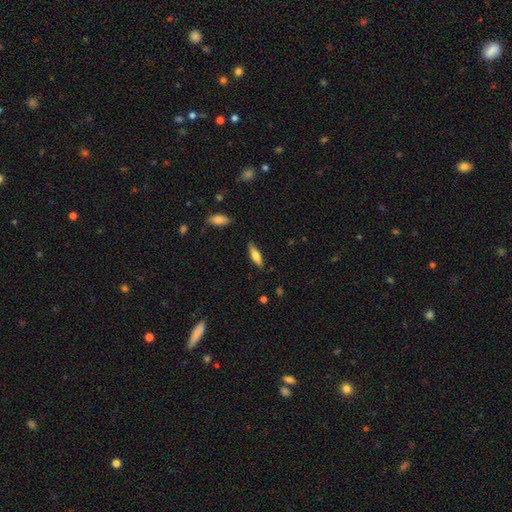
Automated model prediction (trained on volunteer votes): Q: Smooth or featured?
A: smooth (69%); runner-up: featured or disk (24%)
Q: How rounded?
A: cigar-shaped (57%); runner-up: in between (41%)
Q: Merging?
A: none (82%); runner-up: minor disturbance (13%)